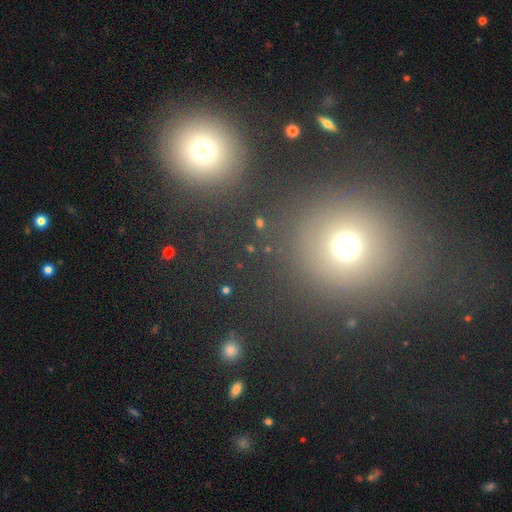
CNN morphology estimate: smooth 57%, star or artifact 33%, featured or disk 9%. Down the decision tree: how rounded — round (90%); merging — none (79%).